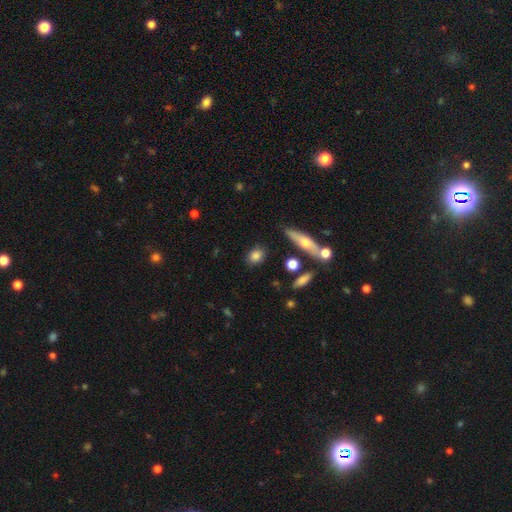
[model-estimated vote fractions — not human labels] smooth-or-featured: smooth: 80% | featured or disk: 11% | star or artifact: 9%
  how-rounded: in between: 49% | round: 46% | cigar-shaped: 6%
  merging: none: 81% | minor disturbance: 11% | merger: 5% | major disturbance: 3%